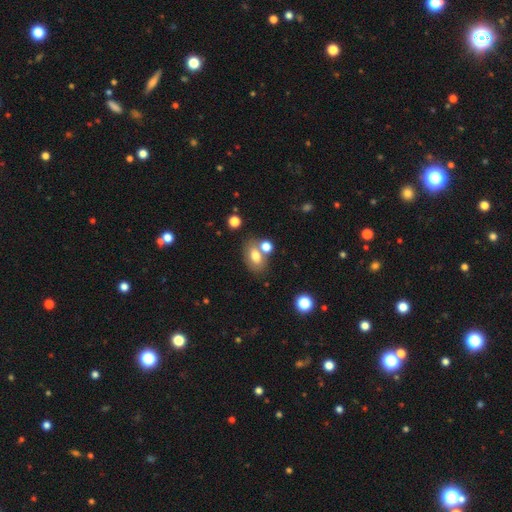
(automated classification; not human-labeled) Overall: smooth (74%). How rounded: in between (81%). Merging: none (58%; merger 24%).